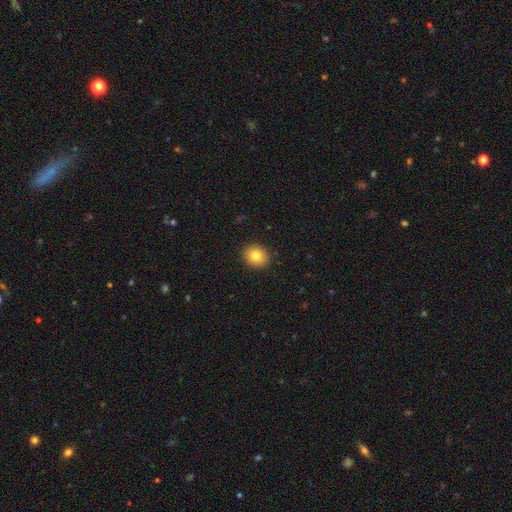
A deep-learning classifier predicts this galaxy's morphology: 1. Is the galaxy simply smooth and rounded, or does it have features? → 81% smooth, 10% star or artifact, 9% featured or disk.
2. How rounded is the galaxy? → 72% round, 27% in between, 1% cigar-shaped.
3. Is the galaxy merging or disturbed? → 91% none, 6% minor disturbance, 2% major disturbance, 1% merger.